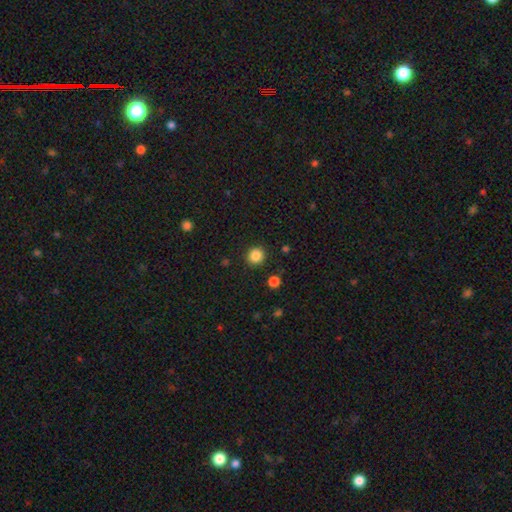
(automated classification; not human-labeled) smooth_or_featured: smooth (p=0.85) [alt: star or artifact p=0.11]
how_rounded: round (p=0.92) [alt: in between p=0.07]
merging: none (p=0.91) [alt: minor disturbance p=0.05]